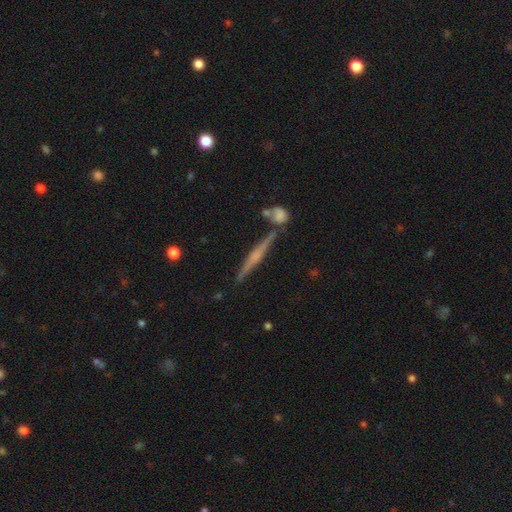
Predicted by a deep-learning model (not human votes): Q: Smooth or featured?
A: featured or disk (71%); runner-up: smooth (22%)
Q: Edge-on disk?
A: yes (97%); runner-up: no (3%)
Q: Edge-on bulge?
A: rounded (63%); runner-up: none (23%)
Q: Merging?
A: none (81%); runner-up: minor disturbance (9%)